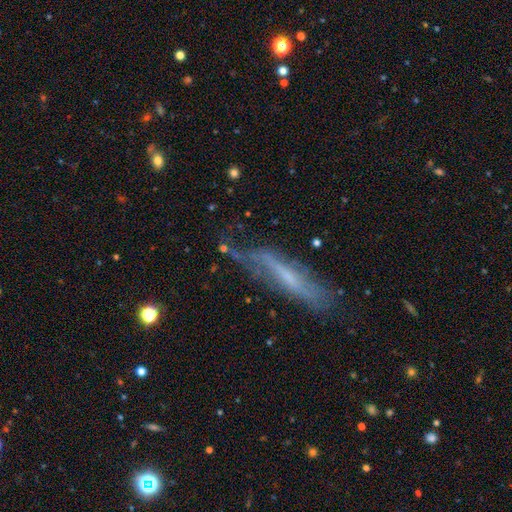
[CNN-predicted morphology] Overall: featured or disk (59%; smooth 33%). Edge-on disk: yes (56%; no 44%). Merging: none (48%; minor disturbance 29%).